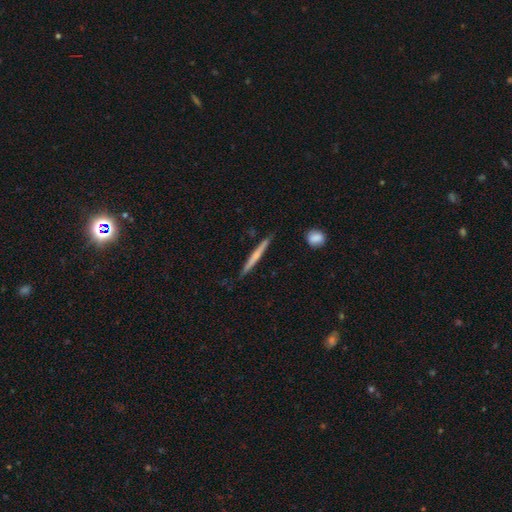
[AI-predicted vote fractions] Overall: smooth (51%; featured or disk 43%). How rounded: cigar-shaped (96%). Merging: none (87%).